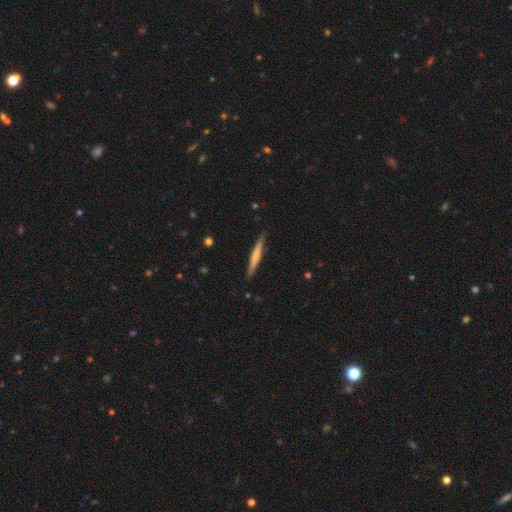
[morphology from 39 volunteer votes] smooth 46% (tied), featured or disk 46% (tied), star or artifact 8%. Down the decision tree: how rounded — cigar-shaped (94%); merging — none (97%).